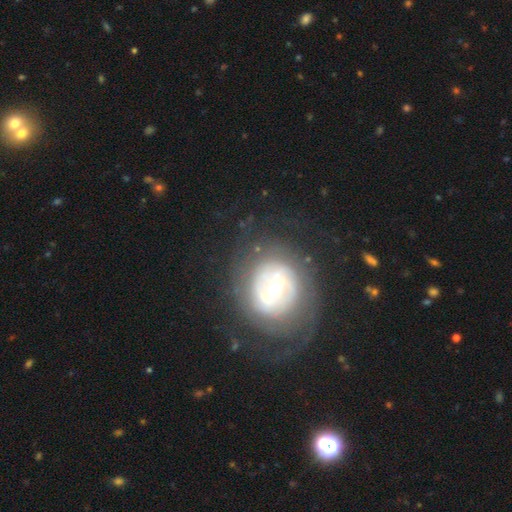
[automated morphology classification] smooth_or_featured: featured or disk (p=0.68) [alt: smooth p=0.19]
disk_edge_on: no (p=0.91) [alt: yes p=0.09]
bar: strong (p=0.44) [alt: weak p=0.33]
has_spiral_arms: yes (p=0.66) [alt: no p=0.34]
bulge_size: moderate (p=0.39) [alt: small p=0.33]
merging: none (p=0.76) [alt: minor disturbance p=0.12]